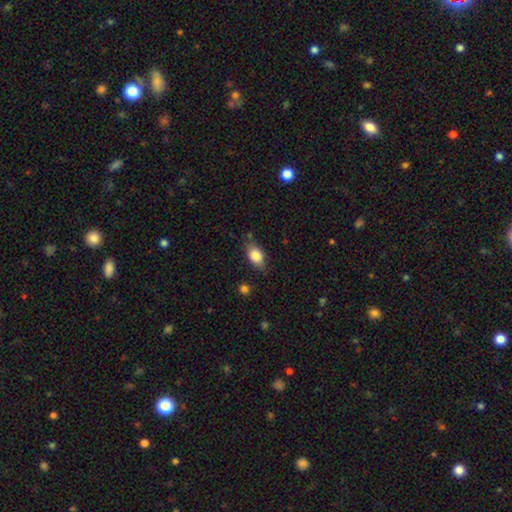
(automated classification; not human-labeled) Smooth or featured?
  - smooth: 84% *
  - featured or disk: 8%
  - star or artifact: 7%
How rounded?
  - in between: 88% *
  - round: 10%
  - cigar-shaped: 3%
Merging?
  - none: 76% *
  - minor disturbance: 18%
  - major disturbance: 4%
  - merger: 3%